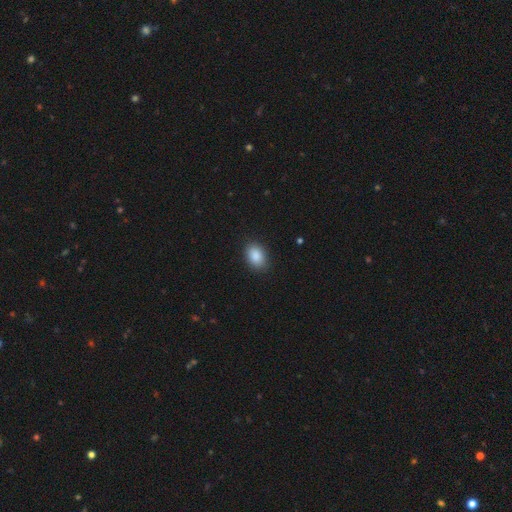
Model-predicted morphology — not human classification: smooth-or-featured: smooth: 89% | star or artifact: 8% | featured or disk: 4%
  how-rounded: in between: 81% | round: 17% | cigar-shaped: 1%
  merging: none: 87% | minor disturbance: 10% | major disturbance: 2% | merger: 1%